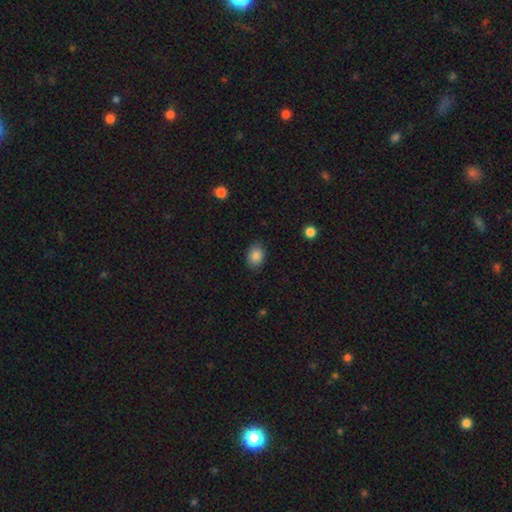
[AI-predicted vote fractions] Morphology: type=smooth (86%); roundness=in between (69%); merging=none (85%).